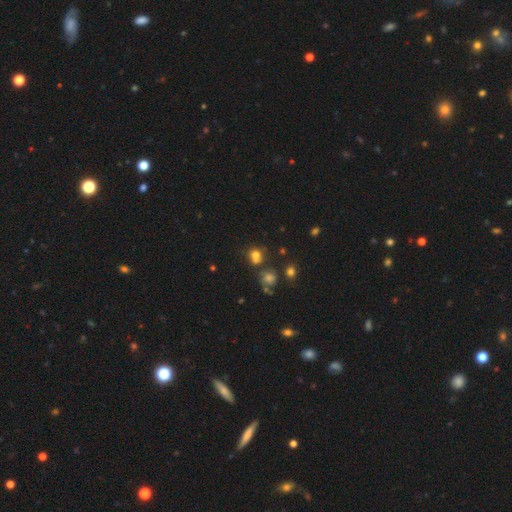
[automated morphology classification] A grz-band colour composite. It shows a smooth galaxy with no disk features (72%) that is round (79%). Merging: none (53%).